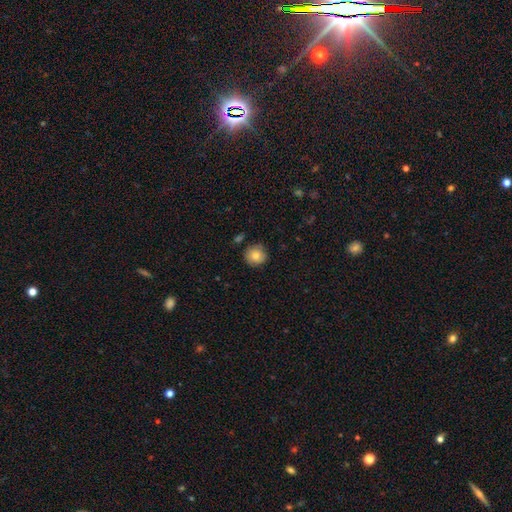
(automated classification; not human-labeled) Smooth or featured? smooth (81%)
How rounded? round (94%)
Merging? none (85%)